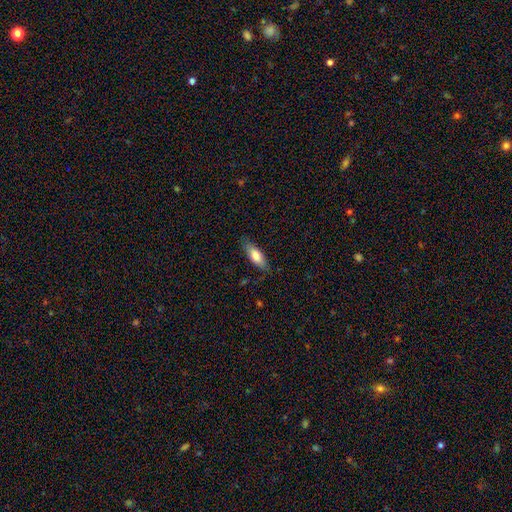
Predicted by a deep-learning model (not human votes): Smooth or featured: smooth — 76% (featured or disk — 18%)
How rounded: in between — 66% (cigar-shaped — 32%)
Merging: none — 80% (minor disturbance — 15%)